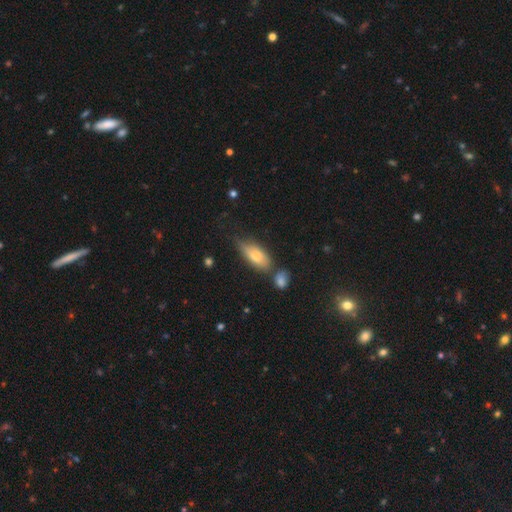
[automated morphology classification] Smooth or featured?
  - smooth: 69% *
  - featured or disk: 22%
  - star or artifact: 9%
How rounded?
  - in between: 77% *
  - cigar-shaped: 19%
  - round: 3%
Merging?
  - none: 48% *
  - minor disturbance: 28%
  - merger: 15%
  - major disturbance: 9%